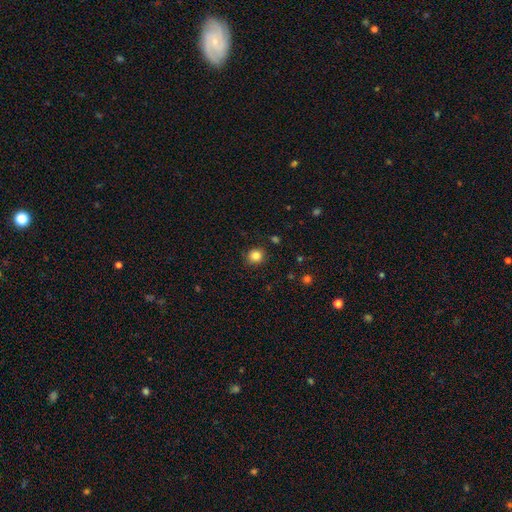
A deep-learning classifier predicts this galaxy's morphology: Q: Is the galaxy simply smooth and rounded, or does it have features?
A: smooth — 84%.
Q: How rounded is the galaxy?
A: round — 86%.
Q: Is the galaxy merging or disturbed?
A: none — 88%.